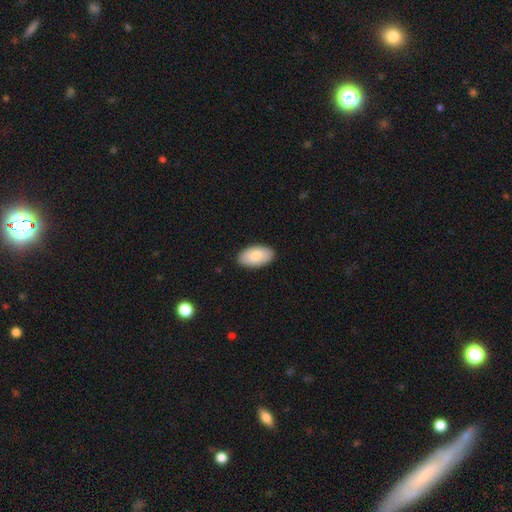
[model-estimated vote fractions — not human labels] smooth_or_featured: smooth (p=0.81) [alt: featured or disk p=0.14]
how_rounded: in between (p=0.96) [alt: round p=0.03]
merging: none (p=0.88) [alt: minor disturbance p=0.09]